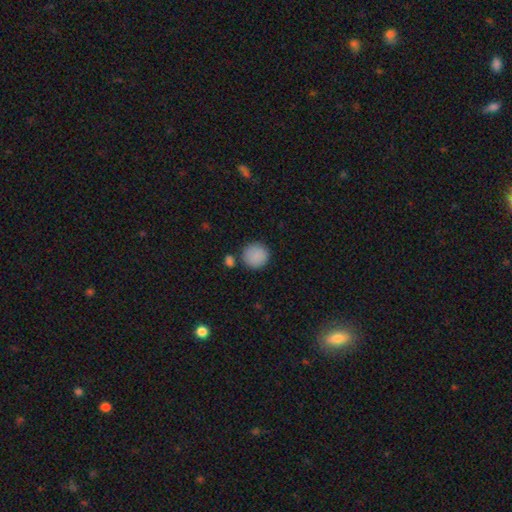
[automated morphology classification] A smooth galaxy with no disk features (89%) that is round (93%).

Vote fractions:
- Smooth or featured? smooth: 89% / star or artifact: 8% / featured or disk: 4%
- How rounded? round: 93% / in between: 6% / cigar-shaped: 1%
- Merging? none: 80% / minor disturbance: 10% / merger: 8% / major disturbance: 3%